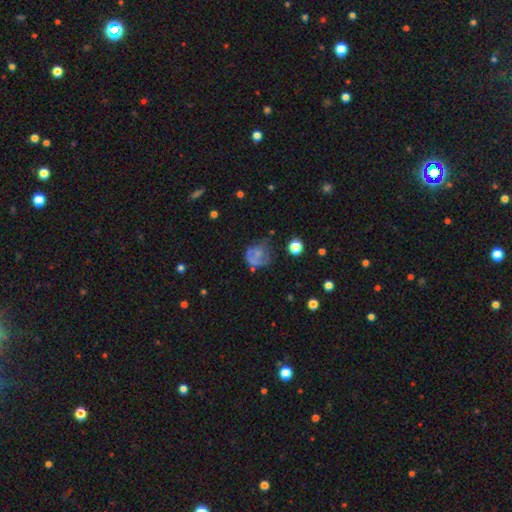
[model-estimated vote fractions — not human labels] Smooth or featured?
  - smooth: 46% *
  - featured or disk: 40%
  - star or artifact: 14%
Merging?
  - none: 36% *
  - major disturbance: 33%
  - minor disturbance: 26%
  - merger: 5%